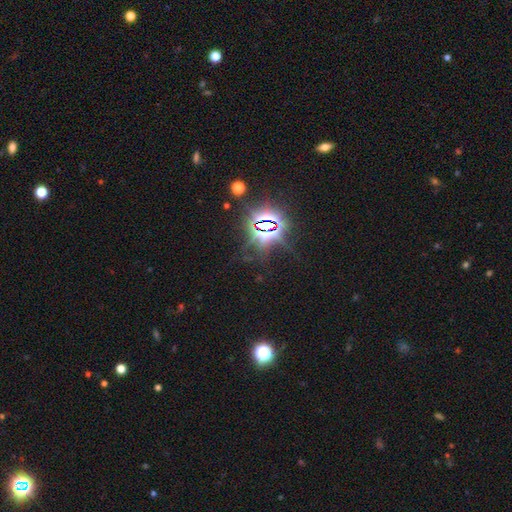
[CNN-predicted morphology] A star or artifact, not a galaxy (83%).